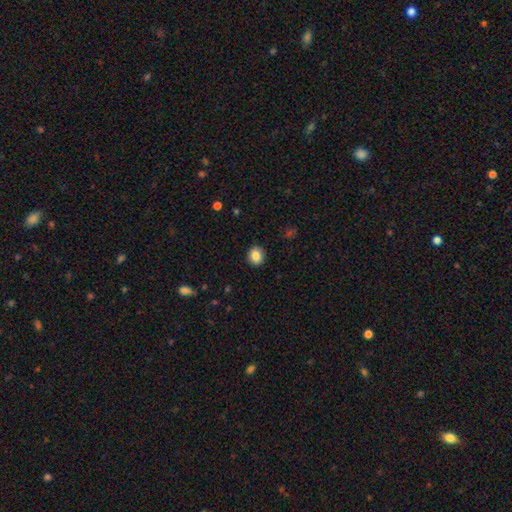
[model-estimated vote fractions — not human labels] Smooth or featured?
  - smooth: 85% *
  - star or artifact: 9%
  - featured or disk: 6%
How rounded?
  - round: 77% *
  - in between: 22%
  - cigar-shaped: 1%
Merging?
  - none: 91% *
  - minor disturbance: 6%
  - major disturbance: 2%
  - merger: 1%